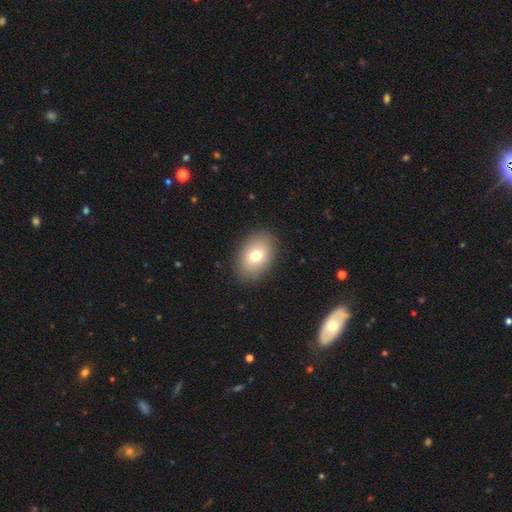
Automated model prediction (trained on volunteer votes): smooth 75%, featured or disk 16%, star or artifact 9%. Down the decision tree: how rounded — in between (81%); merging — none (88%).